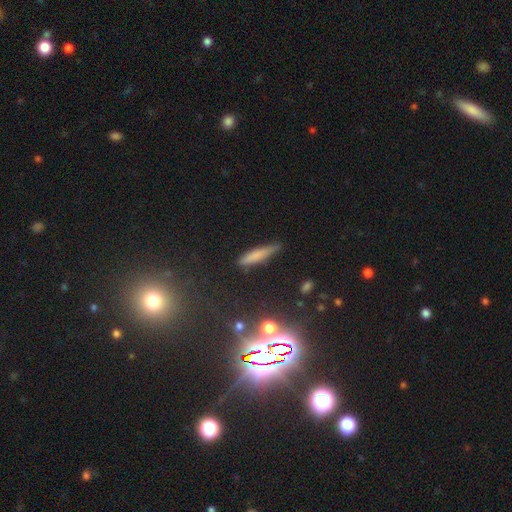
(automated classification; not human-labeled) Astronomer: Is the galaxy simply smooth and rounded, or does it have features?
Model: smooth — 69%.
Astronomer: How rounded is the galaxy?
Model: cigar-shaped — 87%.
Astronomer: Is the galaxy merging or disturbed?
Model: none — 74%.